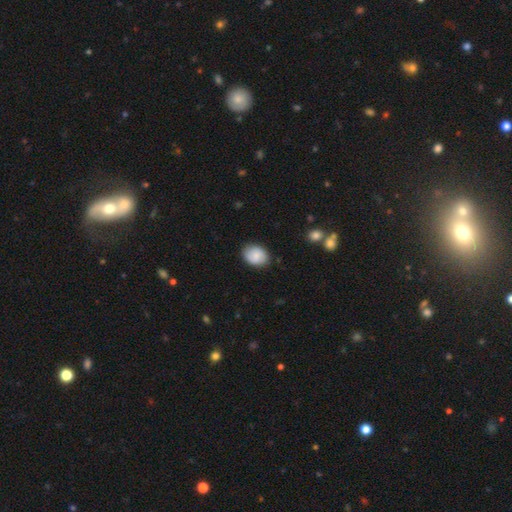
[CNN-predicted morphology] The model was most divided on "how rounded": in between: 63%, round: 36%, cigar-shaped: 1%. More confident: merging — none (82%); smooth or featured — smooth (80%).